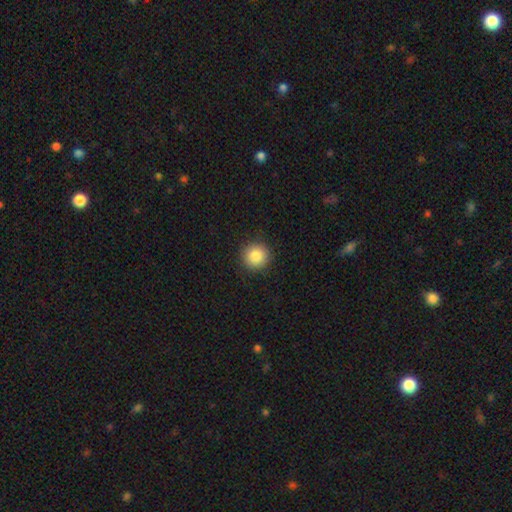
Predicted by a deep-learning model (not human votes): A smooth galaxy with no disk features (86%) that is round (93%). Merging: none (91%).